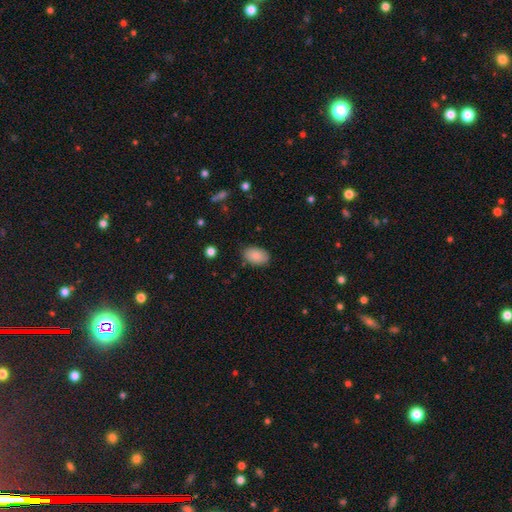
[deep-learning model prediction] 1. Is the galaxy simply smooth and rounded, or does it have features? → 87% smooth, 7% star or artifact, 6% featured or disk.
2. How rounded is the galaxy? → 90% in between, 9% round, 1% cigar-shaped.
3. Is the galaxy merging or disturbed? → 85% none, 11% minor disturbance, 3% major disturbance, 1% merger.